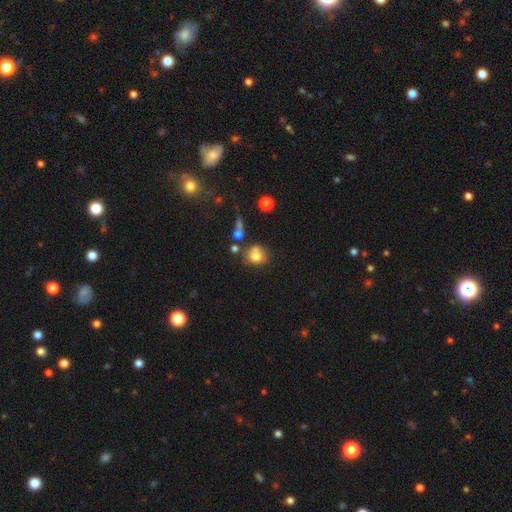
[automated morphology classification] smooth 72%, featured or disk 15%, star or artifact 13%. Down the decision tree: how rounded — round (70%); merging — none (46%).